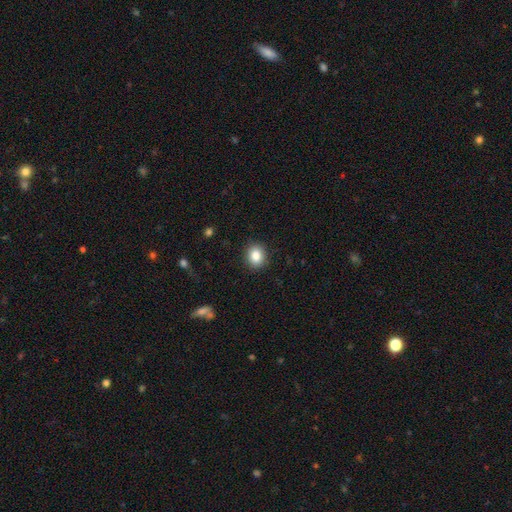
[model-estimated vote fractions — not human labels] The model was most divided on "how rounded": round: 62%, in between: 37%, cigar-shaped: 1%. More confident: merging — none (89%); smooth or featured — smooth (86%).